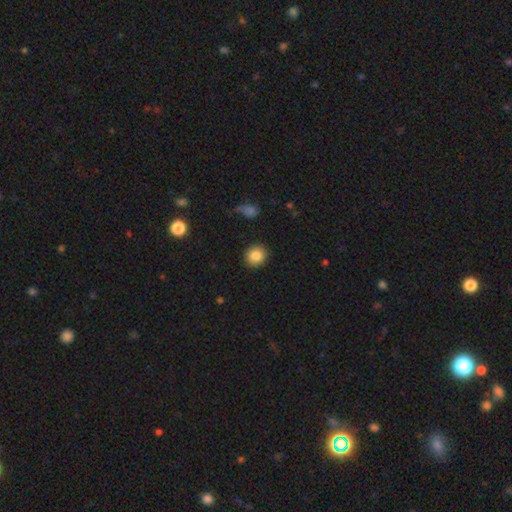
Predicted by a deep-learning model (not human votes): Q: Smooth or featured?
A: smooth (85%); runner-up: star or artifact (9%)
Q: How rounded?
A: round (82%); runner-up: in between (17%)
Q: Merging?
A: none (90%); runner-up: minor disturbance (7%)